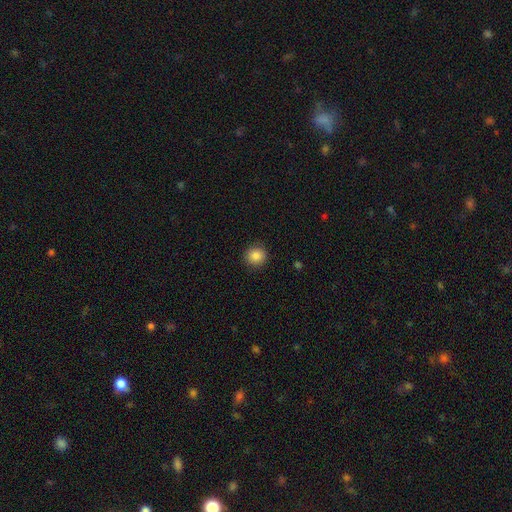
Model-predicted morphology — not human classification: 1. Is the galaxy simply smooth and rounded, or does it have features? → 86% smooth, 10% star or artifact, 4% featured or disk.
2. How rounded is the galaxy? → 91% round, 8% in between, 1% cigar-shaped.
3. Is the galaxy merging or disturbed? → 90% none, 7% minor disturbance, 2% major disturbance, 1% merger.